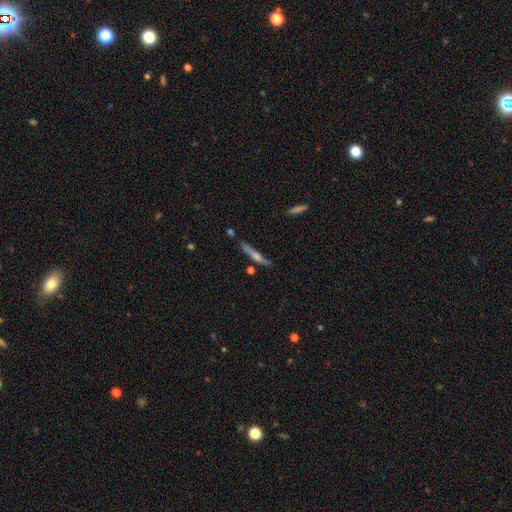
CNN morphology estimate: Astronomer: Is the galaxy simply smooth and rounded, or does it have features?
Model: featured or disk — 55% (runner-up: smooth, 36%).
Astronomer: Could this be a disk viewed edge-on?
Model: yes — 94%.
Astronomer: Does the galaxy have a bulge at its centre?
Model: rounded — 66%.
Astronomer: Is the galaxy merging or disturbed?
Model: none — 75%.